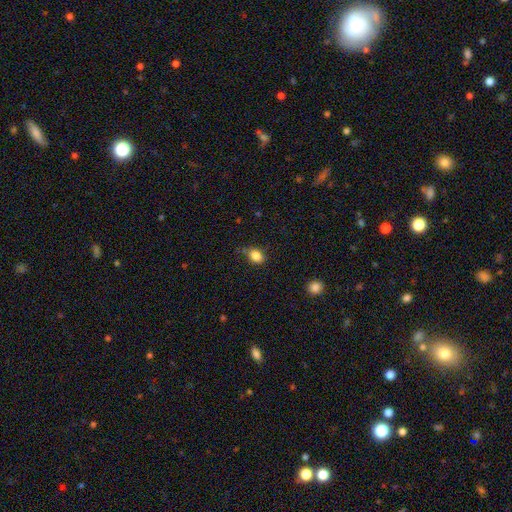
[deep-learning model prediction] This appears to be a smooth galaxy with no disk features (85%) that is in between round and cigar-shaped (59%). Merging: none (65%).